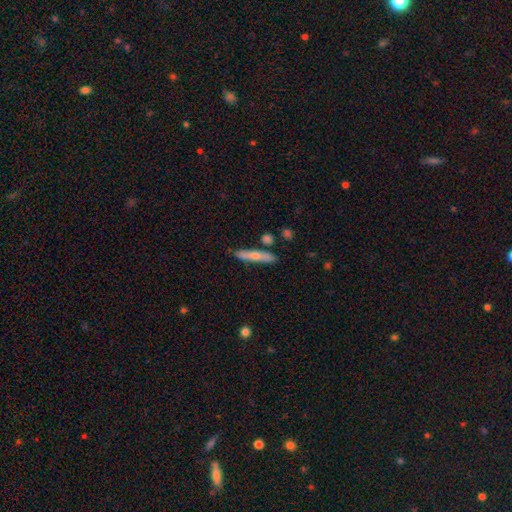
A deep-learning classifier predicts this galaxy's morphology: Overall: smooth (57%; featured or disk 37%). How rounded: cigar-shaped (87%). Merging: none (79%).